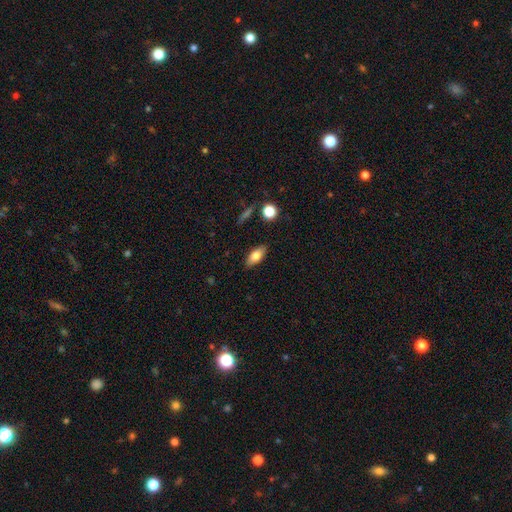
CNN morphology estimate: A smooth galaxy with no disk features (75%) that is in between round and cigar-shaped (84%).

Vote fractions:
- Smooth or featured? smooth: 75% / featured or disk: 17% / star or artifact: 8%
- How rounded? in between: 84% / cigar-shaped: 13% / round: 3%
- Merging? none: 86% / minor disturbance: 10% / major disturbance: 2% / merger: 2%